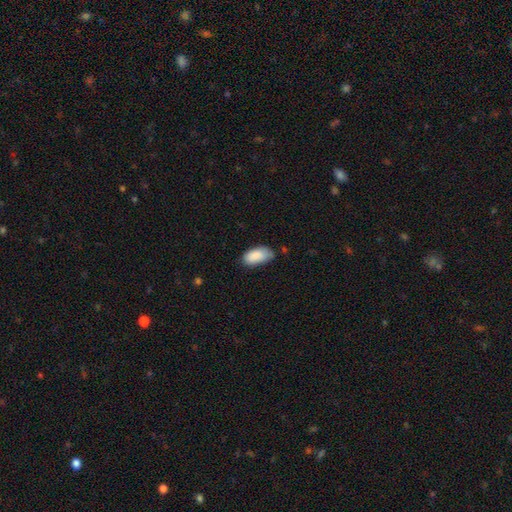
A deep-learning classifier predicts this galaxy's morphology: This is clearly a smooth galaxy (88%). How rounded: clearly in between (93%). Merging: likely none (62%).